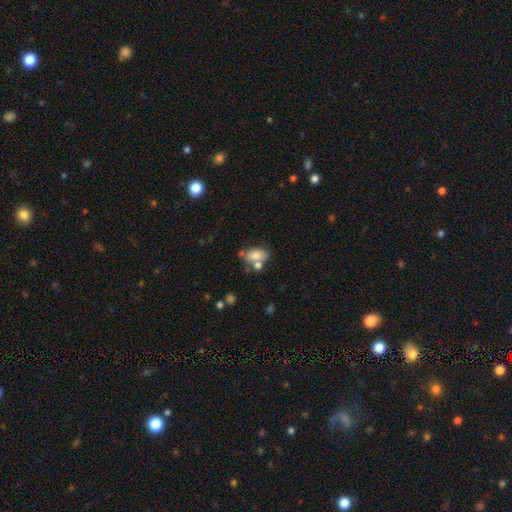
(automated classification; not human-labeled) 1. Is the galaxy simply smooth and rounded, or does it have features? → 67% smooth, 24% featured or disk, 9% star or artifact.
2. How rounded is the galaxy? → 82% in between, 16% round, 2% cigar-shaped.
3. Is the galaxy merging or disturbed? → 46% none, 30% merger, 17% minor disturbance, 6% major disturbance.